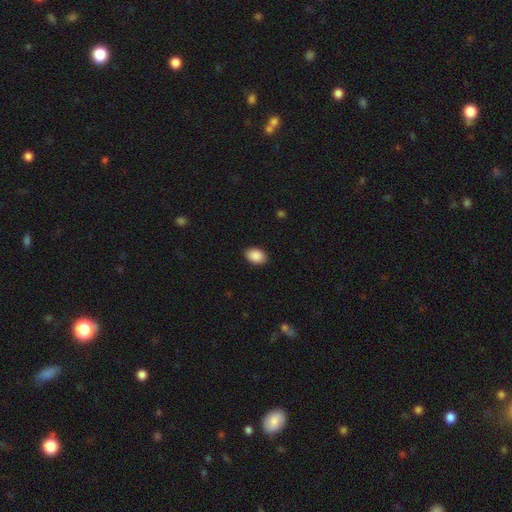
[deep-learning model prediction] Morphology: type=smooth (90%); roundness=in between (86%); merging=none (89%).